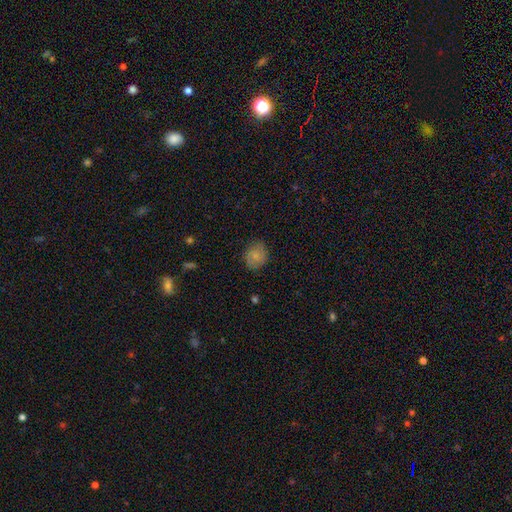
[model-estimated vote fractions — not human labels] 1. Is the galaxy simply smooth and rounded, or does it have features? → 75% smooth, 16% featured or disk, 9% star or artifact.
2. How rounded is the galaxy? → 70% round, 29% in between, 1% cigar-shaped.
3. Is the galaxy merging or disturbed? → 77% none, 18% minor disturbance, 4% major disturbance, 1% merger.